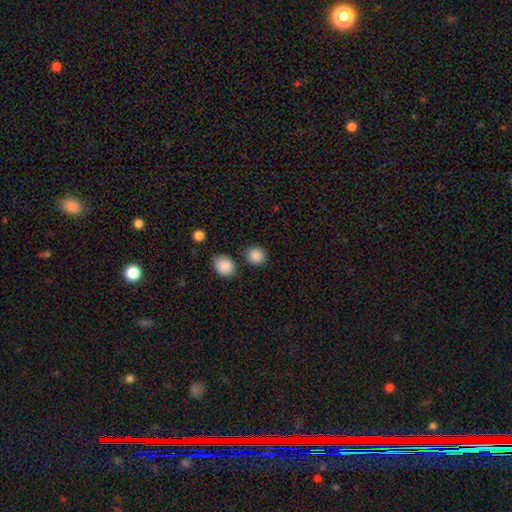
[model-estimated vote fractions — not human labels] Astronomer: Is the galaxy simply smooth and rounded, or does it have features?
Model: smooth — 88%.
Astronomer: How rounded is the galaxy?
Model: round — 85%.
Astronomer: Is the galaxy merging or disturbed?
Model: none — 81%.